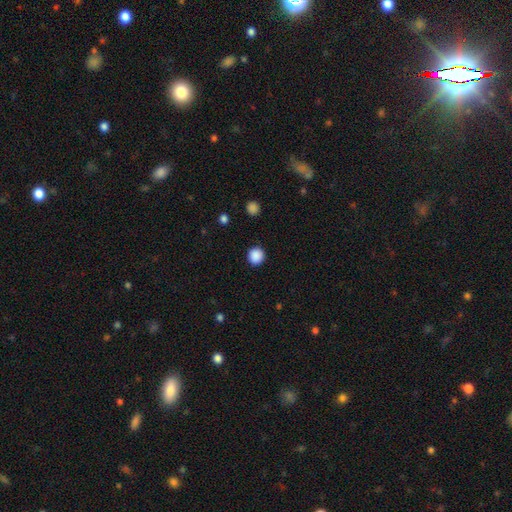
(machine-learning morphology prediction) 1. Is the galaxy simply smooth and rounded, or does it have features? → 88% smooth, 10% star or artifact, 2% featured or disk.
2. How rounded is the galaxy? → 94% round, 5% in between, 1% cigar-shaped.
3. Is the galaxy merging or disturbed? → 91% none, 5% minor disturbance, 2% major disturbance, 1% merger.